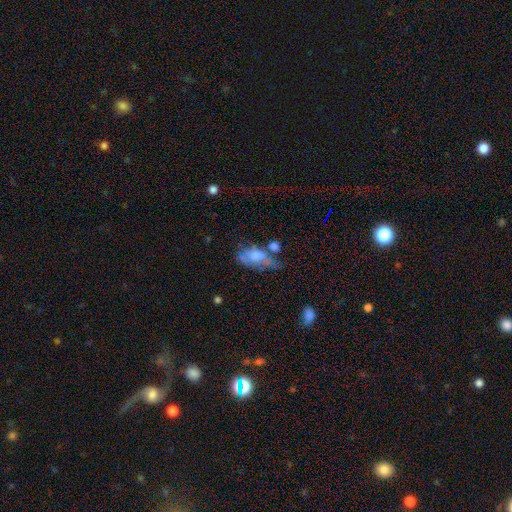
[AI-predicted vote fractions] This is possibly a smooth galaxy (54%). How rounded: clearly in between (87%). Merging: marginally major disturbance (27%).